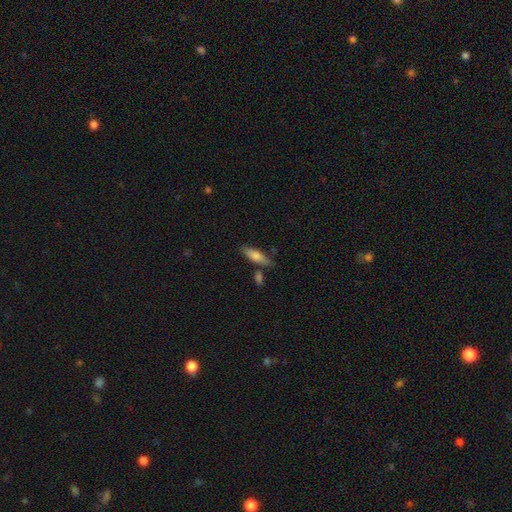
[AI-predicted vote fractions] smooth-or-featured: smooth: 74% | featured or disk: 19% | star or artifact: 6%
  how-rounded: cigar-shaped: 49% | in between: 48% | round: 2%
  merging: none: 66% | minor disturbance: 17% | merger: 12% | major disturbance: 5%